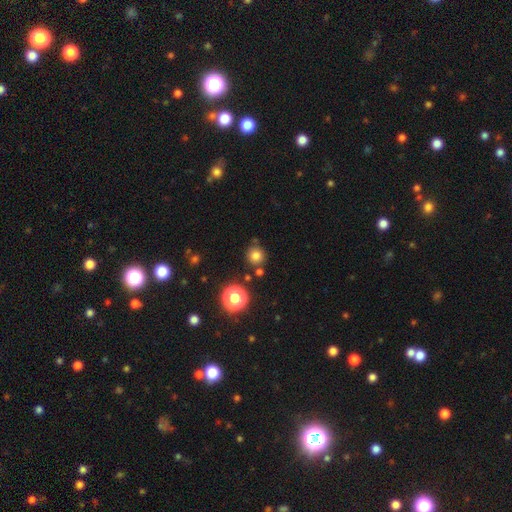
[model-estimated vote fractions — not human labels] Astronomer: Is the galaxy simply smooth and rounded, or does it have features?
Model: smooth — 77%.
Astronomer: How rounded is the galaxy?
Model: round — 92%.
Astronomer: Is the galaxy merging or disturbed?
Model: none — 81%.